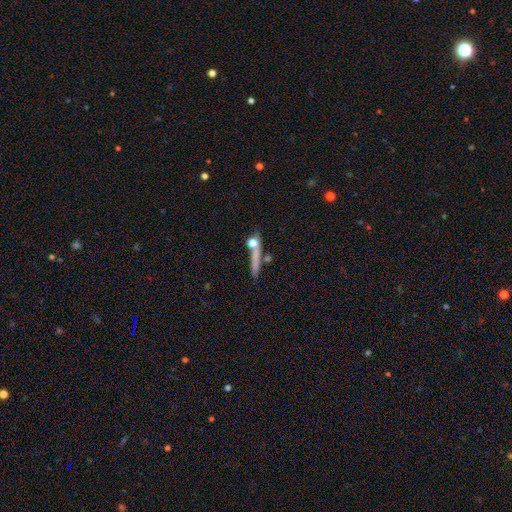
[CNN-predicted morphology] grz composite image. It shows a smooth galaxy with no disk features (56%) that is cigar-shaped (76%). Merging: none (69%).